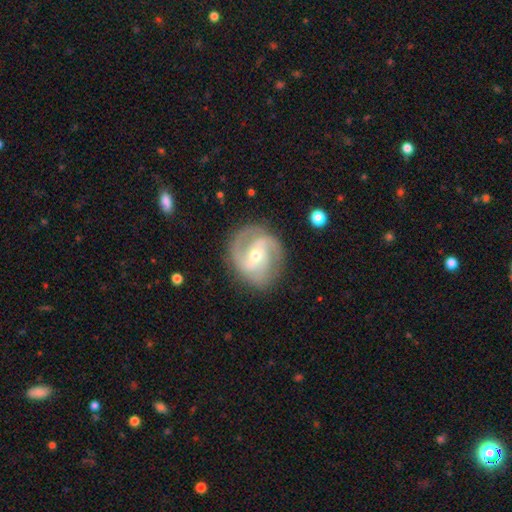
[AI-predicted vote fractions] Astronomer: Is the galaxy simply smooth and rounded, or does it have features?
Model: featured or disk — 86%.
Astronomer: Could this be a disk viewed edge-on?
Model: no — 98%.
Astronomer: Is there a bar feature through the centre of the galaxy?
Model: weak — 41% (runner-up: no, 37%).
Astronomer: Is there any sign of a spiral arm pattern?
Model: yes — 96%.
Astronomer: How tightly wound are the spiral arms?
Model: medium — 52% (runner-up: tight, 31%).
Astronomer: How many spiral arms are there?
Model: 2 — 59%.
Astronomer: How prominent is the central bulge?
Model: small — 51% (runner-up: moderate, 46%).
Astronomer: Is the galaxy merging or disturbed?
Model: none — 79%.